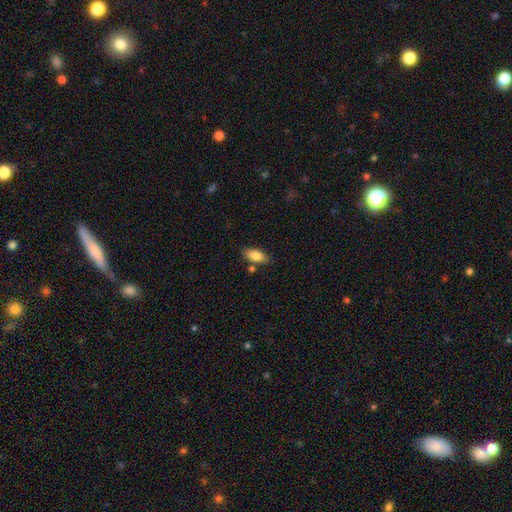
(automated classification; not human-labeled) Smooth or featured?
  - smooth: 83% *
  - featured or disk: 10%
  - star or artifact: 7%
How rounded?
  - in between: 88% *
  - cigar-shaped: 9%
  - round: 3%
Merging?
  - none: 78% *
  - minor disturbance: 12%
  - merger: 7%
  - major disturbance: 3%